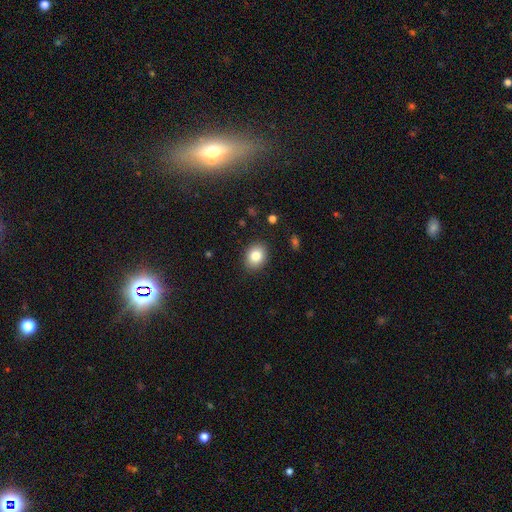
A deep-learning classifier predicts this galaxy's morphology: Q: Smooth or featured?
A: smooth (83%); runner-up: star or artifact (9%)
Q: How rounded?
A: in between (54%); runner-up: round (45%)
Q: Merging?
A: none (88%); runner-up: minor disturbance (8%)